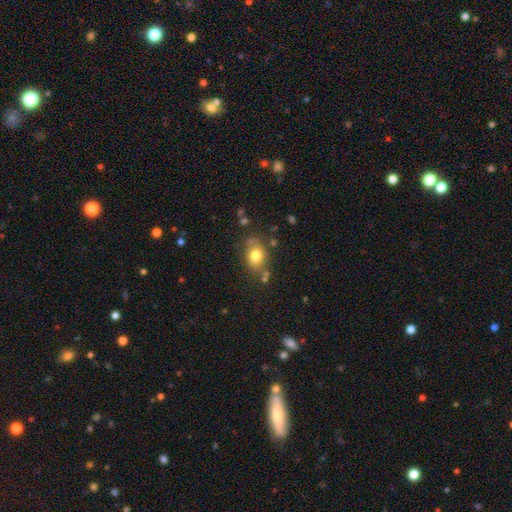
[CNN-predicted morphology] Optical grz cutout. It shows a smooth galaxy with no disk features (77%) that is in between round and cigar-shaped (56%). Merging: none (71%).